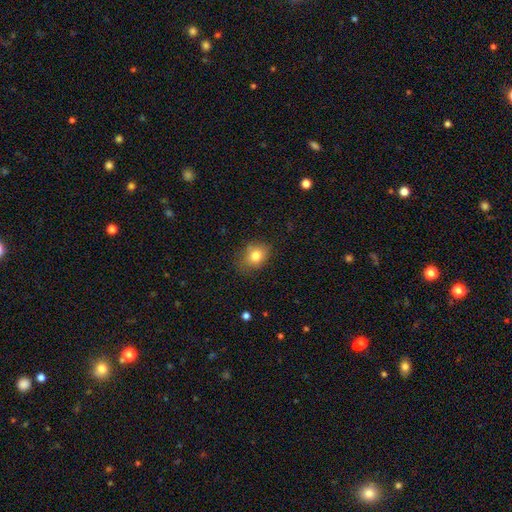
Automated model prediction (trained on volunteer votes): Morphology: type=smooth (79%); roundness=in between (57%); merging=none (72%).